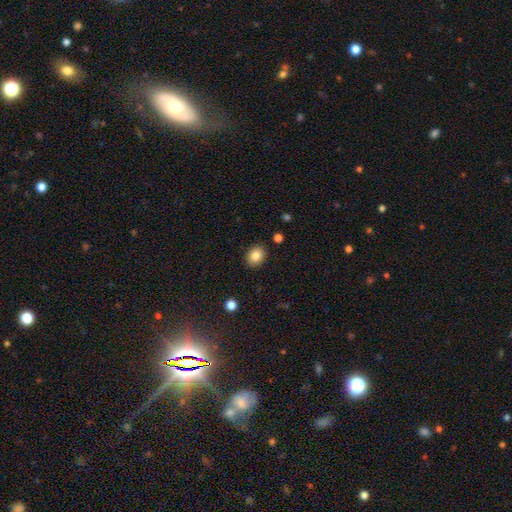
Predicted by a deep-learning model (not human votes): smooth-or-featured: smooth: 84% | star or artifact: 9% | featured or disk: 7%
  how-rounded: in between: 54% | round: 45% | cigar-shaped: 1%
  merging: none: 89% | minor disturbance: 8% | major disturbance: 2% | merger: 1%